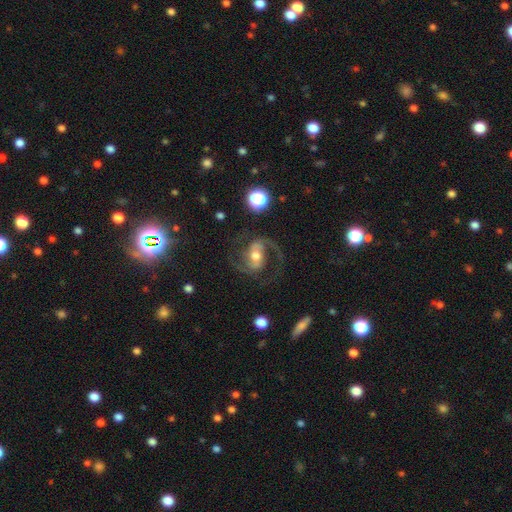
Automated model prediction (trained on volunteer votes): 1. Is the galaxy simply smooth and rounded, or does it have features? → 88% featured or disk, 6% star or artifact, 6% smooth.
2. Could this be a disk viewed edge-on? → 98% no, 2% yes.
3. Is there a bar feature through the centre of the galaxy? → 44% weak, 31% strong, 25% no.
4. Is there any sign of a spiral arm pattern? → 97% yes, 3% no.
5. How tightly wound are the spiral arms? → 60% medium, 28% loose, 12% tight.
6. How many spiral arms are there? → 92% 2, 2% 1, 2% can't tell, 2% 3, 1% 4, 1% more than 4.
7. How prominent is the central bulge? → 67% moderate, 22% small, 9% large, 2% none, 1% dominant.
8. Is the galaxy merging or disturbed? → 74% none, 12% minor disturbance, 12% major disturbance, 2% merger.